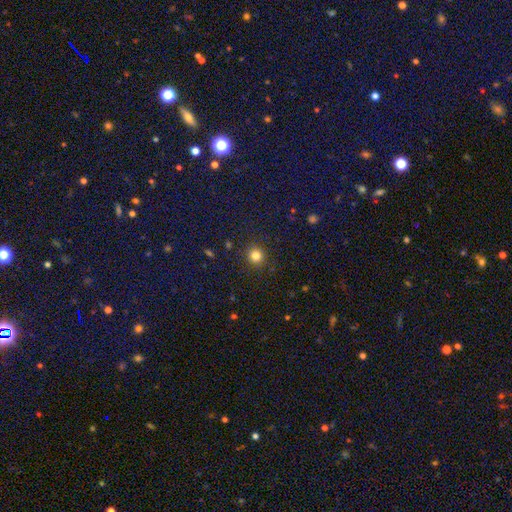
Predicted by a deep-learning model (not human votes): Smooth or featured? smooth (82%)
How rounded? round (93%)
Merging? none (92%)